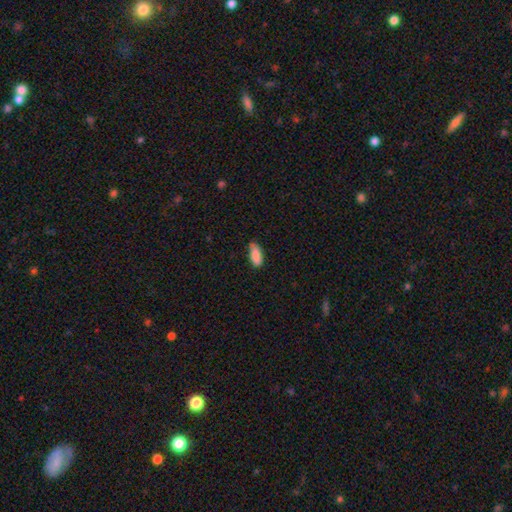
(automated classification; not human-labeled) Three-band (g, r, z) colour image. It shows a smooth galaxy with no disk features (88%) that is in between round and cigar-shaped (82%). Merging: none (67%).